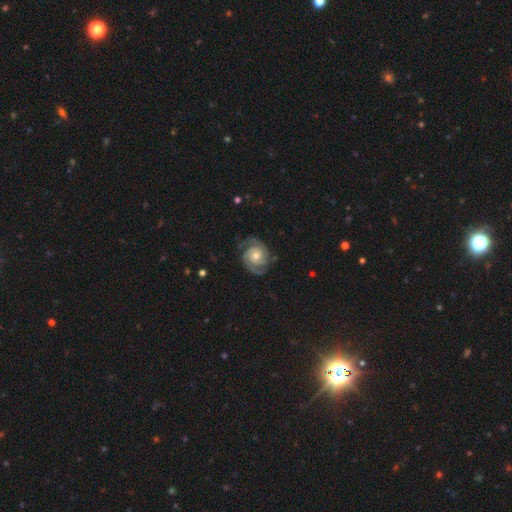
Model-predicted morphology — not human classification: This is clearly a featured or disk galaxy (90%). It is clearly not viewed edge-on (98%). Bar: likely no (71%). Spiral arm pattern: clearly yes (98%). Spiral arm count: likely 2 (80%). Spiral winding: likely tight (63%). Central bulge: likely moderate (62%). Merging: likely none (79%).